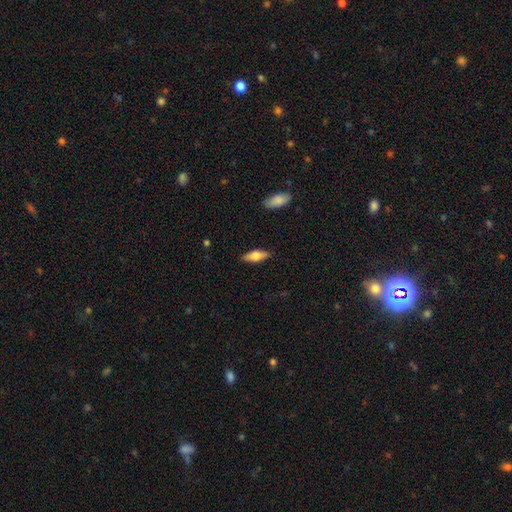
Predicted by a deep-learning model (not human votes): This appears to be a smooth galaxy with no disk features (59%) that is in between round and cigar-shaped (65%). Merging: none (87%).